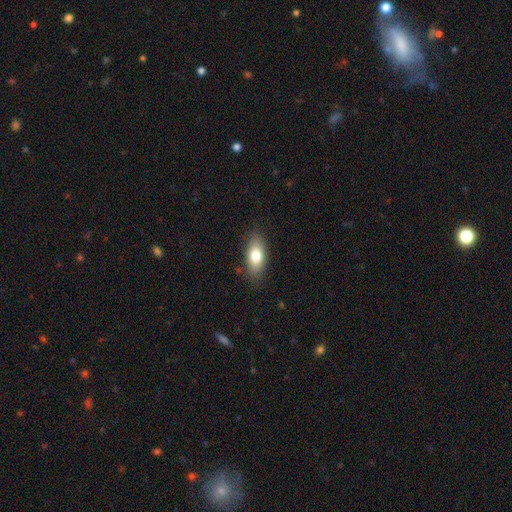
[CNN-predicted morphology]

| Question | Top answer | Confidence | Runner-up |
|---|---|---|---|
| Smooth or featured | smooth | 77% | featured or disk (16%) |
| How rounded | in between | 85% | cigar-shaped (11%) |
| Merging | none | 84% | minor disturbance (12%) |